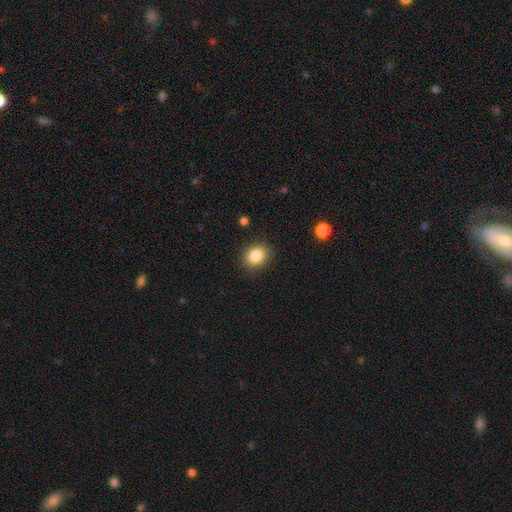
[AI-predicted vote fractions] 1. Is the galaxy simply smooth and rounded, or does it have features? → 85% smooth, 9% star or artifact, 6% featured or disk.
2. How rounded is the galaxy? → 53% in between, 46% round, 1% cigar-shaped.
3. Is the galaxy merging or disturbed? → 88% none, 9% minor disturbance, 3% major disturbance, 1% merger.